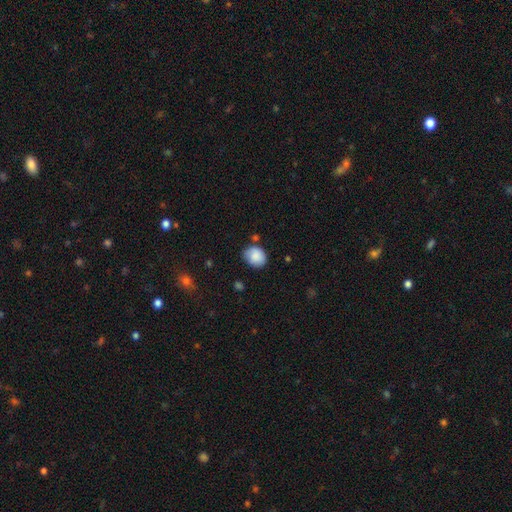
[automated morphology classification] Q: Smooth or featured?
A: smooth (85%); runner-up: star or artifact (8%)
Q: How rounded?
A: round (58%); runner-up: in between (42%)
Q: Merging?
A: none (67%); runner-up: minor disturbance (24%)